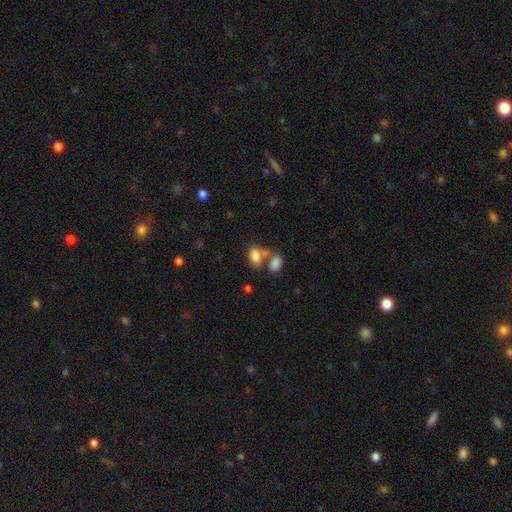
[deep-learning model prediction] smooth-or-featured: smooth: 82% | star or artifact: 9% | featured or disk: 9%
  how-rounded: in between: 88% | round: 10% | cigar-shaped: 2%
  merging: merger: 44% | none: 40% | minor disturbance: 11% | major disturbance: 5%